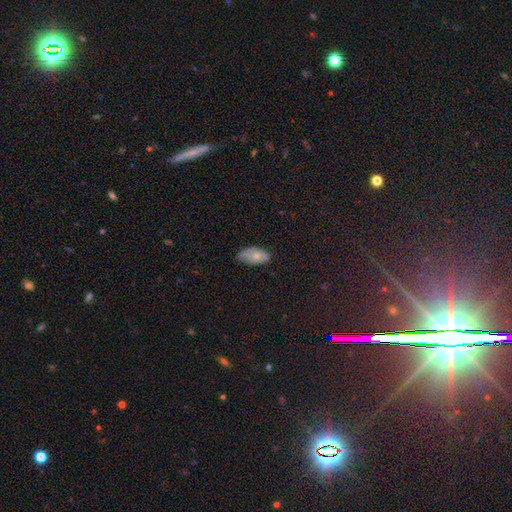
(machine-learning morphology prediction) Smooth or featured? smooth (70%)
How rounded? in between (93%)
Merging? none (50%)